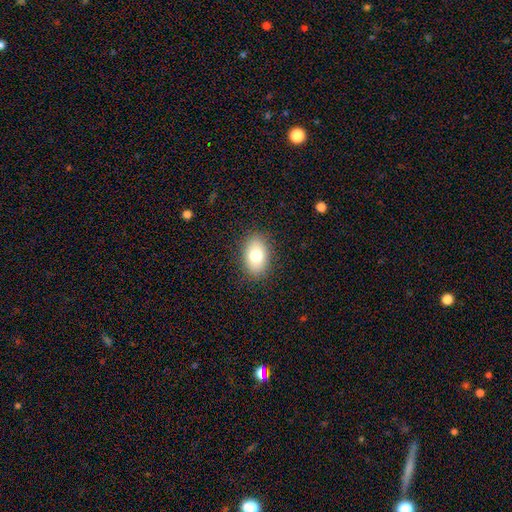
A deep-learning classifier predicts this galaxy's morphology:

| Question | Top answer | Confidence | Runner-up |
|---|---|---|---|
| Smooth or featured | smooth | 77% | featured or disk (15%) |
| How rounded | in between | 86% | round (12%) |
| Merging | none | 87% | minor disturbance (10%) |